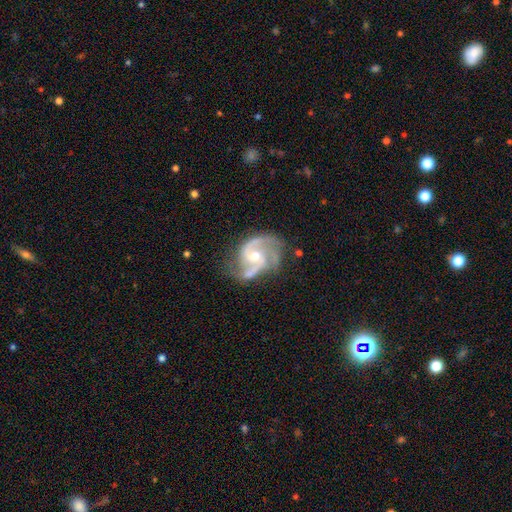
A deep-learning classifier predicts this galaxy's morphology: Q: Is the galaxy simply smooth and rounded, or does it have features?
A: featured or disk — 92%.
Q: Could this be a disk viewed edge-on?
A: no — 98%.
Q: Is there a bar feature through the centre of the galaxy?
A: no — 50%.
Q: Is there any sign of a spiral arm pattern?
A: yes — 98%.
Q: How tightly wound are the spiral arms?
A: medium — 60%.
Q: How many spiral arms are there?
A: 2 — 59%.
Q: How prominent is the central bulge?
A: moderate — 56%.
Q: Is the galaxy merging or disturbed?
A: none — 65%.